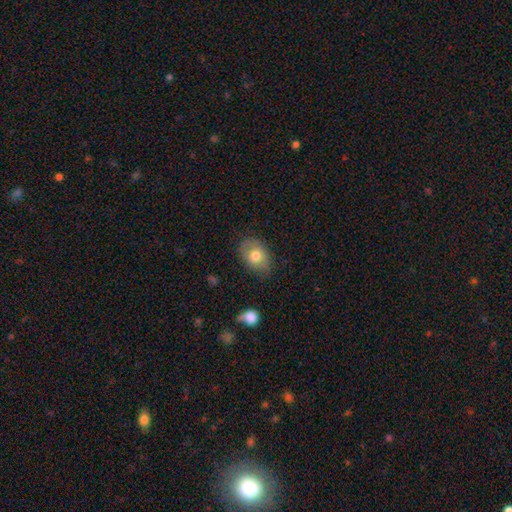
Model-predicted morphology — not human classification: A smooth galaxy with no disk features (73%) that is in between round and cigar-shaped (74%).

Vote fractions:
- Smooth or featured? smooth: 73% / featured or disk: 19% / star or artifact: 8%
- How rounded? in between: 74% / round: 25% / cigar-shaped: 1%
- Merging? none: 74% / minor disturbance: 19% / major disturbance: 5% / merger: 2%